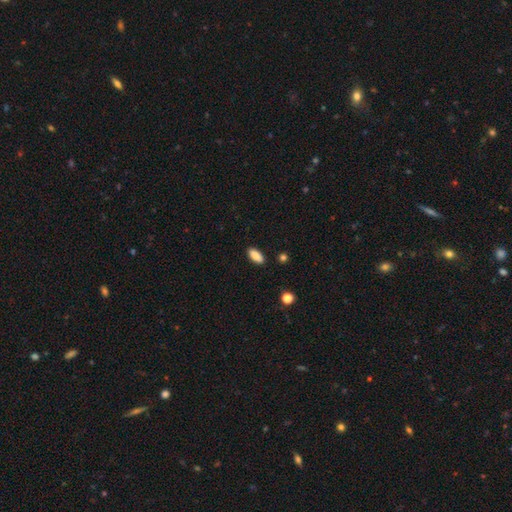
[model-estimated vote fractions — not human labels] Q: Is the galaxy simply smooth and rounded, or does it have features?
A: smooth — 88%.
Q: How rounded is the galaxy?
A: in between — 86%.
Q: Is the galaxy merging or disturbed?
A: none — 89%.